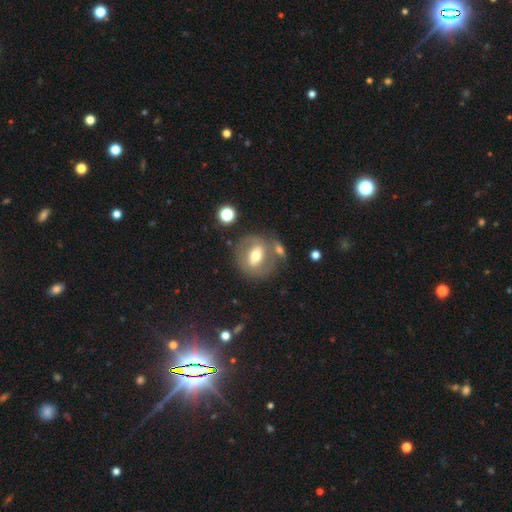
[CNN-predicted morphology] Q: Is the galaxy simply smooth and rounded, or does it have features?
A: featured or disk — 52%.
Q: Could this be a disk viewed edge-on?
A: no — 90%.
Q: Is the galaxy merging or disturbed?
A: none — 63%.